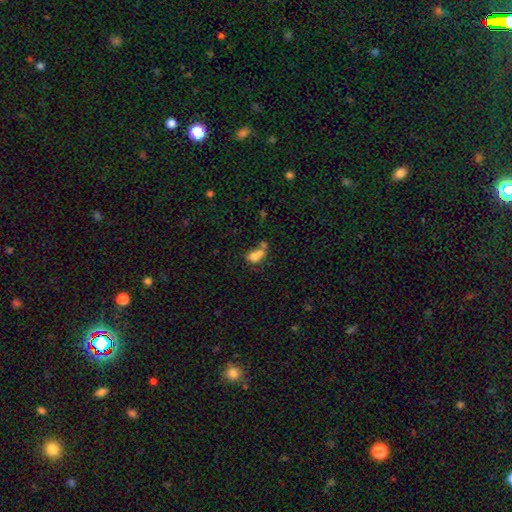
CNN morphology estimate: A smooth galaxy with no disk features (70%) that is in between round and cigar-shaped (68%).

Vote fractions:
- Smooth or featured? smooth: 70% / featured or disk: 17% / star or artifact: 12%
- How rounded? in between: 68% / round: 30% / cigar-shaped: 3%
- Merging? merger: 59% / none: 22% / minor disturbance: 10% / major disturbance: 8%